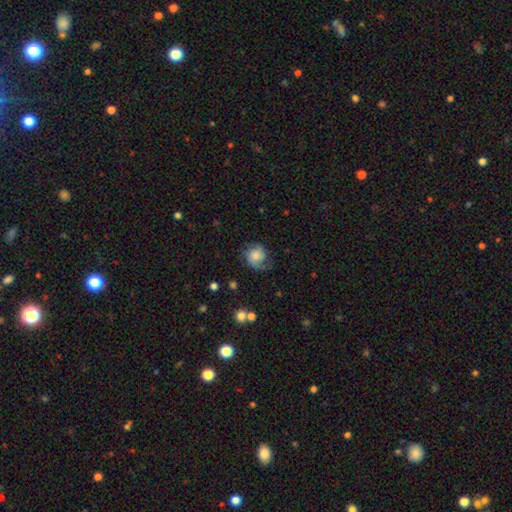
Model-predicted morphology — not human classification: smooth-or-featured: featured or disk: 49% | smooth: 43% | star or artifact: 9%
  merging: none: 58% | minor disturbance: 24% | major disturbance: 17% | merger: 2%